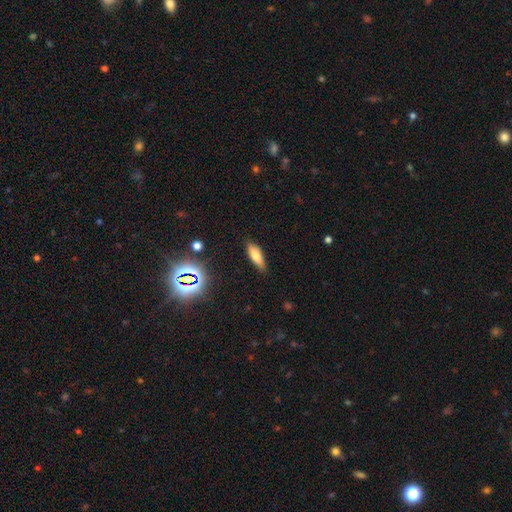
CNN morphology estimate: smooth-or-featured: smooth: 72% | featured or disk: 16% | star or artifact: 11%
  how-rounded: in between: 60% | cigar-shaped: 37% | round: 3%
  merging: none: 83% | minor disturbance: 13% | major disturbance: 3% | merger: 1%